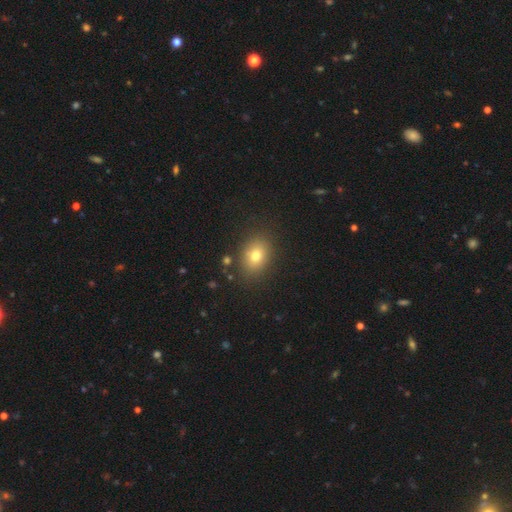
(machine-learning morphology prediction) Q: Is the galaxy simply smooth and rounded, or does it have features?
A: smooth — 76%.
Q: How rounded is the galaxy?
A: in between — 64%.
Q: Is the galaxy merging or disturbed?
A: none — 85%.